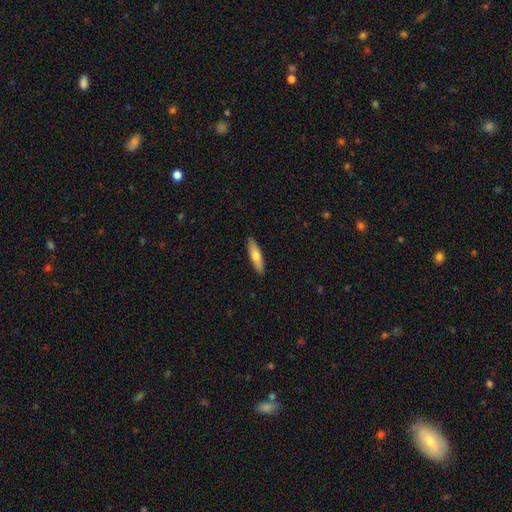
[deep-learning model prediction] smooth 64%, featured or disk 31%, star or artifact 6%. Down the decision tree: how rounded — cigar-shaped (73%); merging — none (90%).